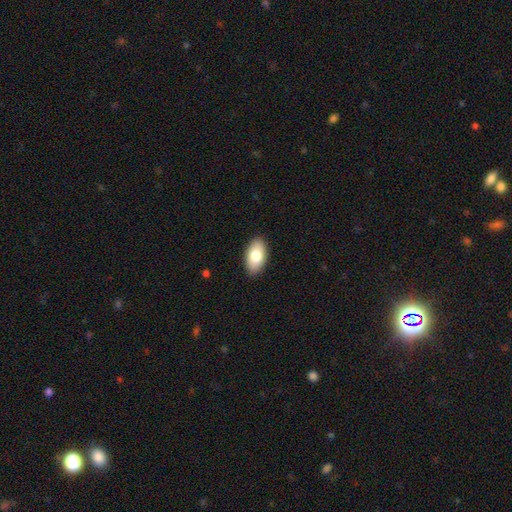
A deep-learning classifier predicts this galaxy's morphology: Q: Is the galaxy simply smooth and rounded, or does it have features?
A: smooth — 80%.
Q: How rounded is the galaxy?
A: in between — 95%.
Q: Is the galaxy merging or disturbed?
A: none — 89%.